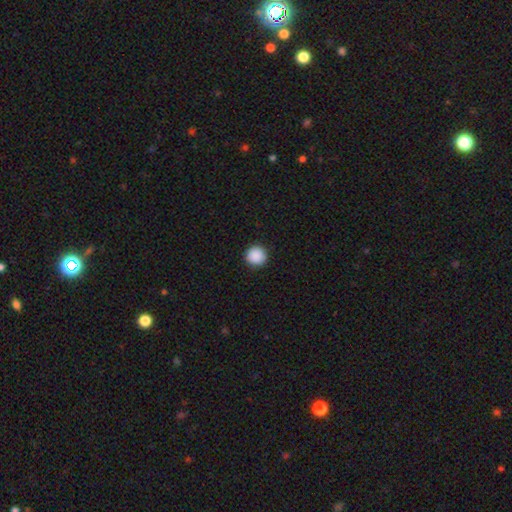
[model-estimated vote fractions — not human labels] smooth_or_featured: smooth (p=0.90) [alt: star or artifact p=0.08]
how_rounded: round (p=0.95) [alt: in between p=0.04]
merging: none (p=0.93) [alt: minor disturbance p=0.05]